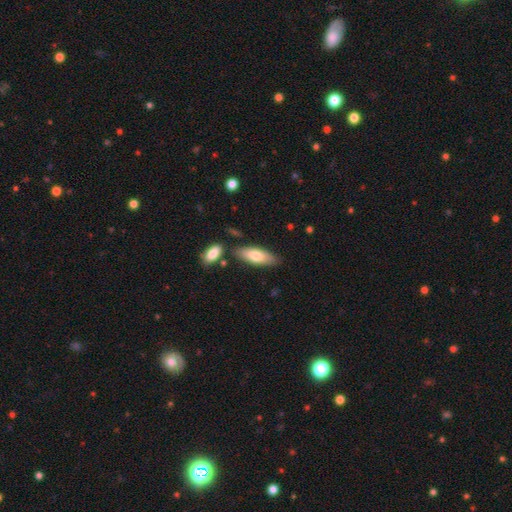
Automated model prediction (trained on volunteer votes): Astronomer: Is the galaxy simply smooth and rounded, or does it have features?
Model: smooth — 75%.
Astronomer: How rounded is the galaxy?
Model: in between — 68%.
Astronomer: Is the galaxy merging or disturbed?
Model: none — 78%.